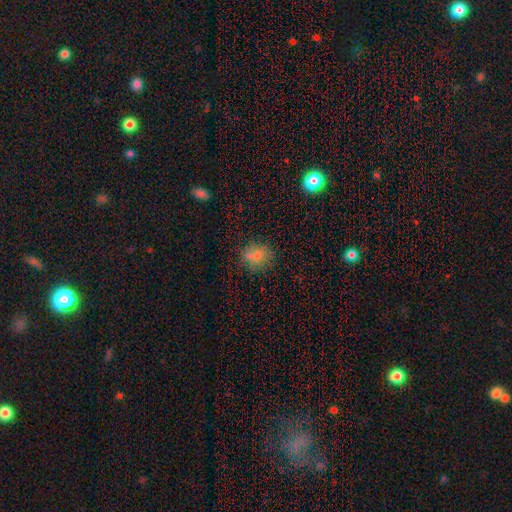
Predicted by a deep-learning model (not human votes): A smooth galaxy with no disk features (71%) that is round (67%). Merging: none (71%).